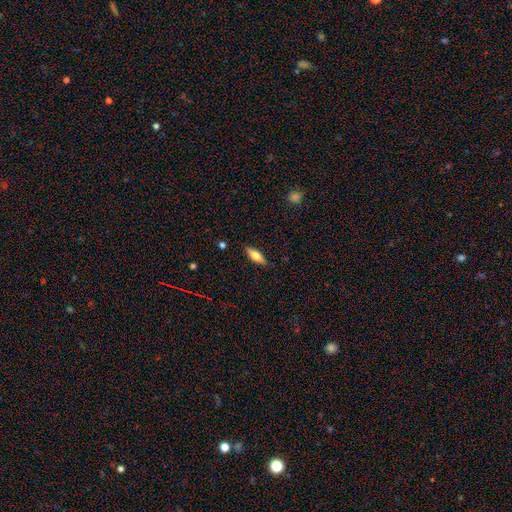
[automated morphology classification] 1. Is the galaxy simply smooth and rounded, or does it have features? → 65% smooth, 29% featured or disk, 7% star or artifact.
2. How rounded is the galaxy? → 61% in between, 36% cigar-shaped, 2% round.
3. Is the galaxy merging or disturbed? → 87% none, 10% minor disturbance, 2% major disturbance, 1% merger.